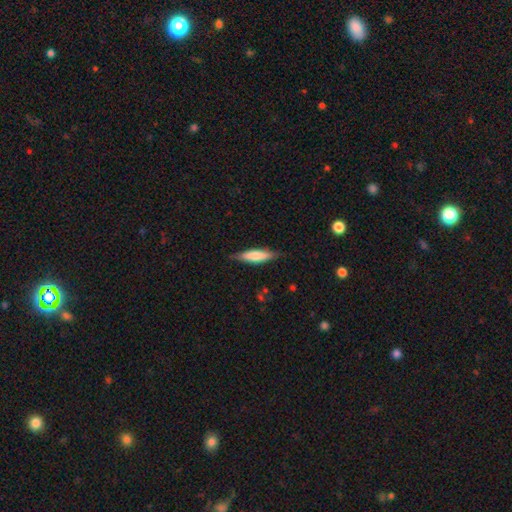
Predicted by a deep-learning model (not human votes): Overall: smooth (65%; featured or disk 29%). How rounded: cigar-shaped (74%). Merging: none (82%).